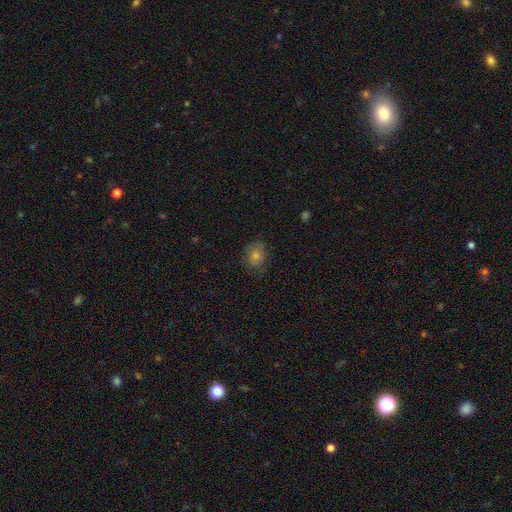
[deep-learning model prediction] Q: Smooth or featured?
A: smooth (65%); runner-up: star or artifact (18%)
Q: How rounded?
A: round (58%); runner-up: in between (41%)
Q: Merging?
A: none (80%); runner-up: minor disturbance (15%)